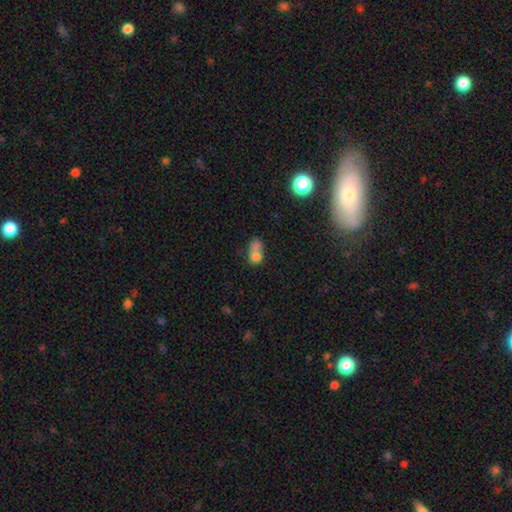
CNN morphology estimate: The model was most divided on "how rounded": round: 50%, in between: 48%, cigar-shaped: 2%. More confident: smooth or featured — smooth (72%); merging — merger (60%).